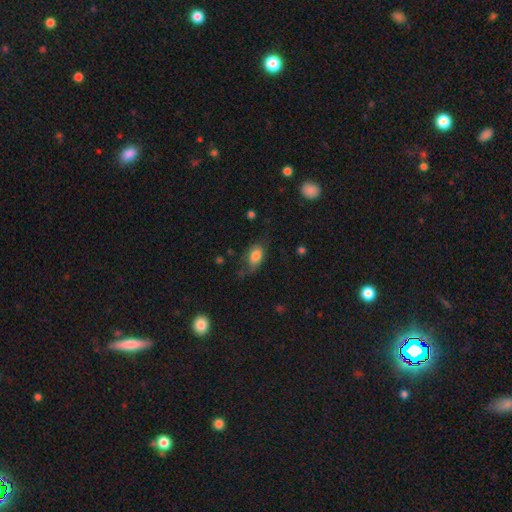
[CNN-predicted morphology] Smooth or featured? Predicted: smooth (p=0.75). How rounded? Predicted: in between (p=0.86). Merging? Predicted: none (p=0.53).